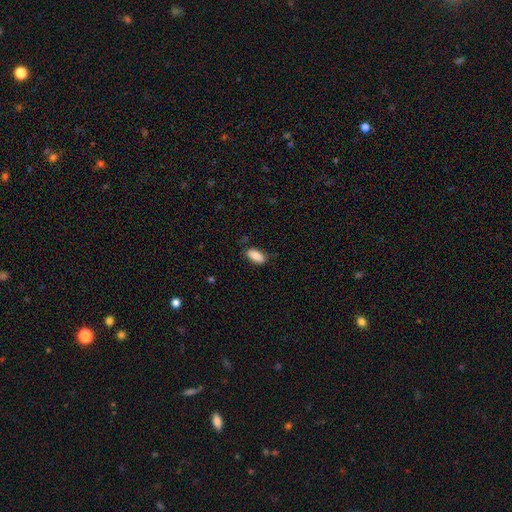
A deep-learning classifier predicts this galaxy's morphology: Smooth or featured? smooth (86%)
How rounded? in between (90%)
Merging? none (79%)